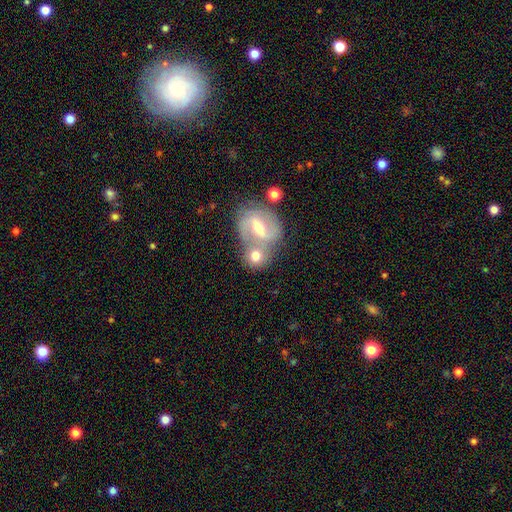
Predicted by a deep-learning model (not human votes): Smooth or featured? Predicted: featured or disk (p=0.46, tied with smooth). Merging? Predicted: merger (p=0.49).